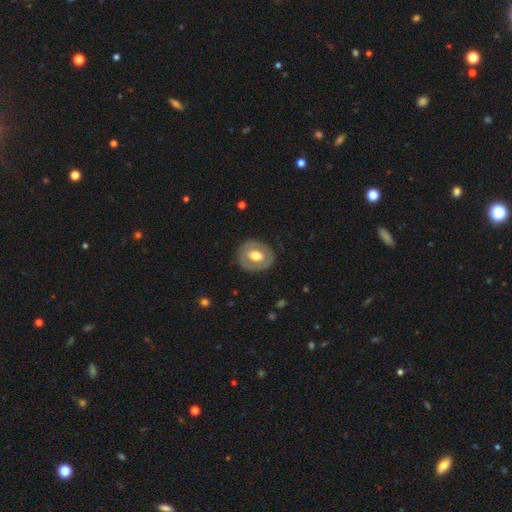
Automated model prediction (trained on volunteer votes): Smooth or featured? Predicted: smooth (p=0.47, tied with featured or disk). Merging? Predicted: none (p=0.83).